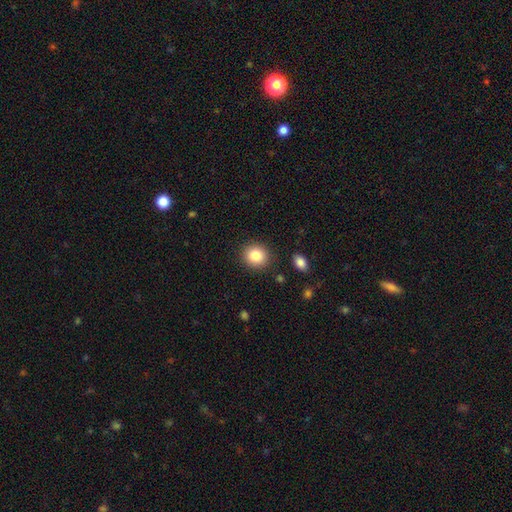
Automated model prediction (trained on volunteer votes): Smooth or featured: smooth — 84% (star or artifact — 10%)
How rounded: round — 84% (in between — 15%)
Merging: none — 89% (minor disturbance — 7%)